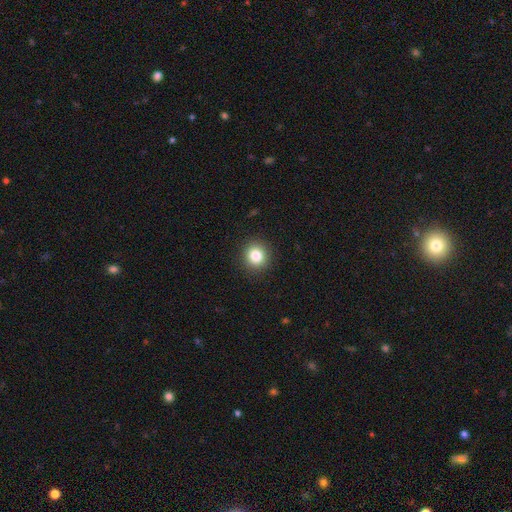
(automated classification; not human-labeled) A smooth galaxy with no disk features (84%) that is round (90%). Merging: none (92%).